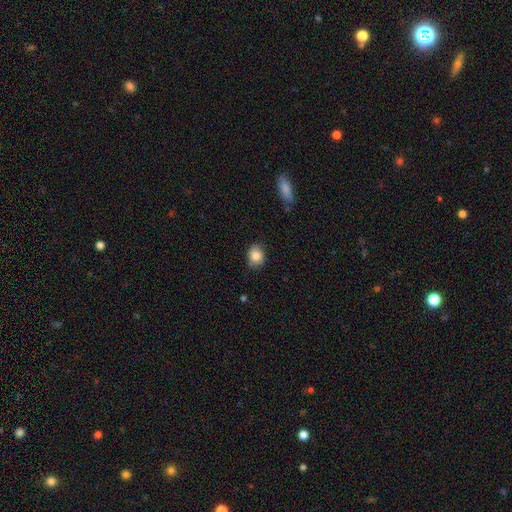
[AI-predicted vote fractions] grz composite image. It shows a smooth galaxy with no disk features (83%) that is in between round and cigar-shaped (50%). Merging: none (75%).